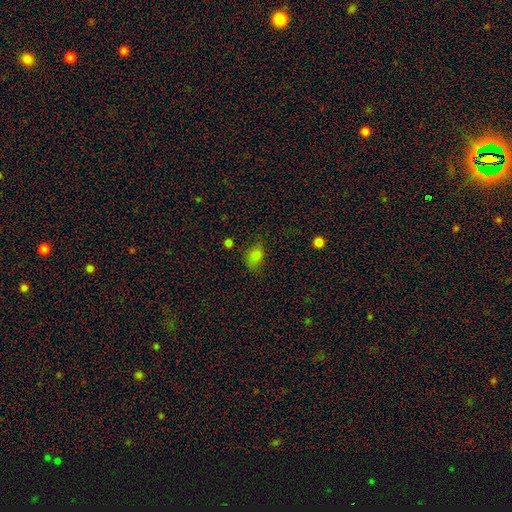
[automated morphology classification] This is likely a smooth galaxy (80%). How rounded: likely in between (68%). Merging: likely none (65%).